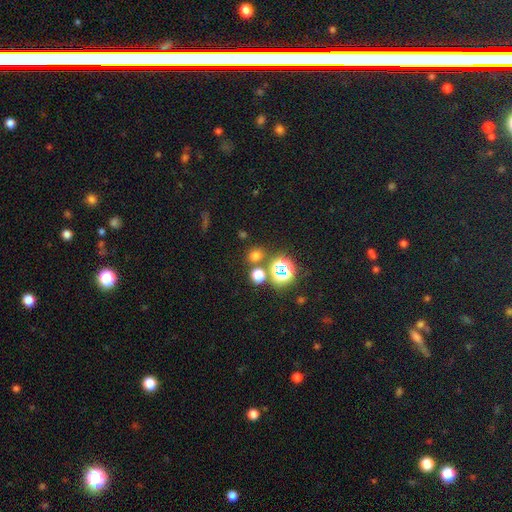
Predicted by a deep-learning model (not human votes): The model was most divided on "smooth or featured": smooth: 67%, star or artifact: 27%, featured or disk: 6%. More confident: how rounded — round (84%); merging — none (76%).